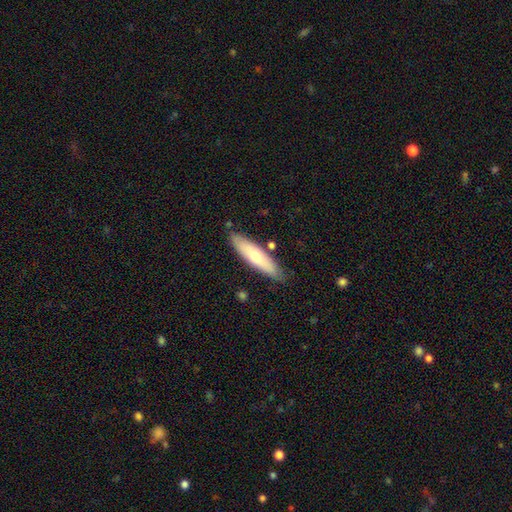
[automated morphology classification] Smooth or featured: smooth — 61% (featured or disk — 33%)
How rounded: cigar-shaped — 72% (in between — 27%)
Merging: none — 84% (minor disturbance — 11%)